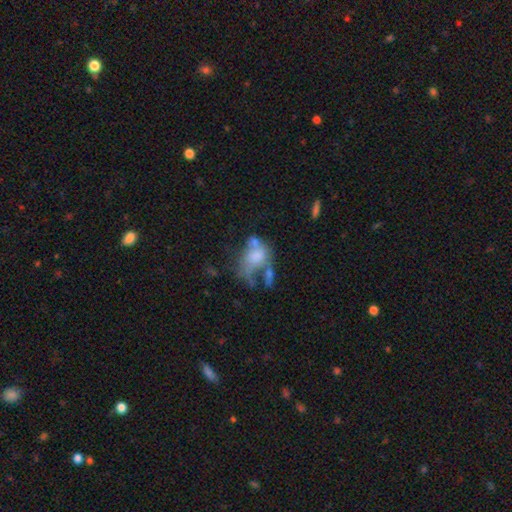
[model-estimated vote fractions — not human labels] smooth 52%, featured or disk 37%, star or artifact 11%. Down the decision tree: how rounded — in between (79%); merging — major disturbance (37%).